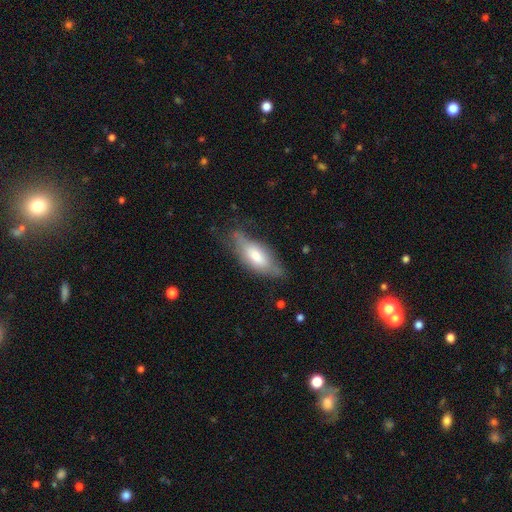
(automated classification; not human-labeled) Q: Smooth or featured?
A: smooth (59%); runner-up: featured or disk (35%)
Q: How rounded?
A: in between (72%); runner-up: cigar-shaped (26%)
Q: Merging?
A: none (54%); runner-up: minor disturbance (32%)